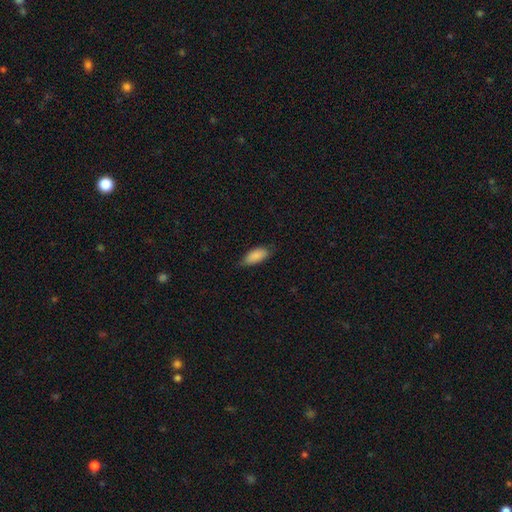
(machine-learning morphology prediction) Smooth or featured? Predicted: smooth (p=0.87). How rounded? Predicted: in between (p=0.87). Merging? Predicted: none (p=0.68).